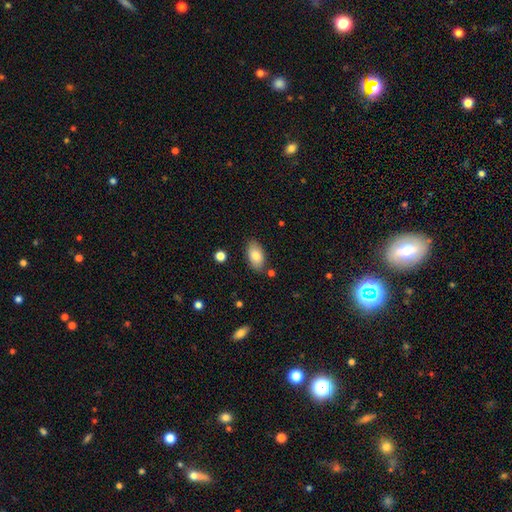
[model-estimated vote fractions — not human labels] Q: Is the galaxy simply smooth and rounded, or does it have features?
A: smooth — 81%.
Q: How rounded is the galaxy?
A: in between — 93%.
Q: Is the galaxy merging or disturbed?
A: none — 82%.